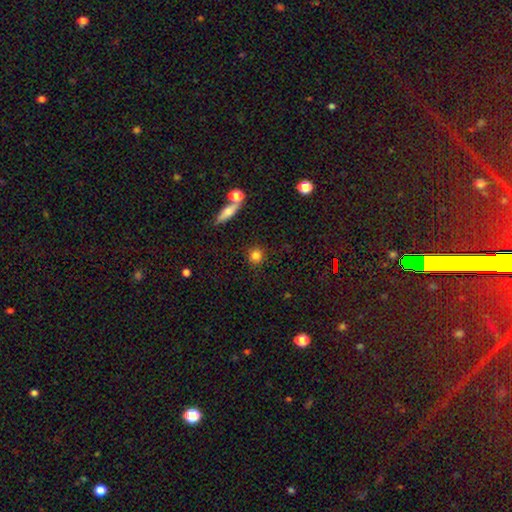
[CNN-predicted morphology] This is clearly a smooth galaxy (82%). How rounded: clearly round (87%). Merging: clearly none (84%).